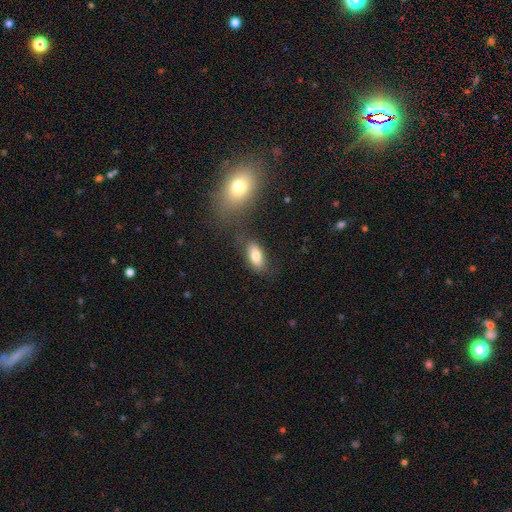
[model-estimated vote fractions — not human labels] smooth 77%, featured or disk 15%, star or artifact 8%. Down the decision tree: how rounded — in between (87%); merging — none (72%).